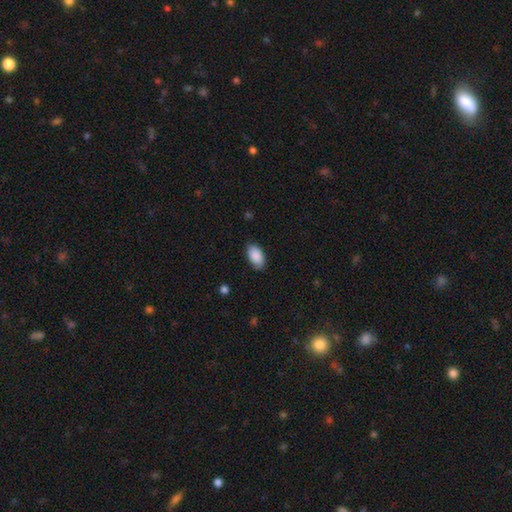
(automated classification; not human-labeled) smooth 90%, star or artifact 6%, featured or disk 4%. Down the decision tree: how rounded — in between (95%); merging — none (84%).